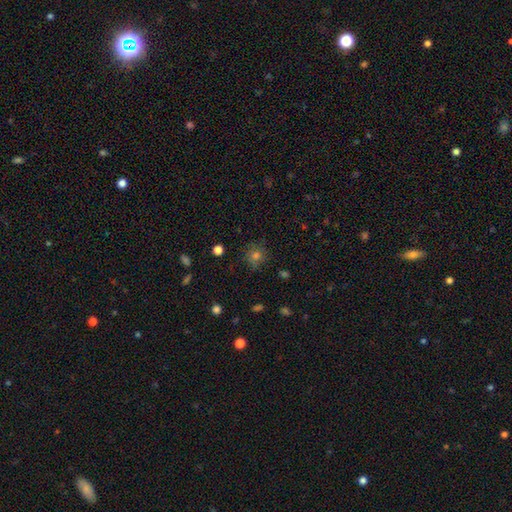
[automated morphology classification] This is likely a smooth galaxy (63%). How rounded: clearly round (88%). Merging: clearly none (81%).